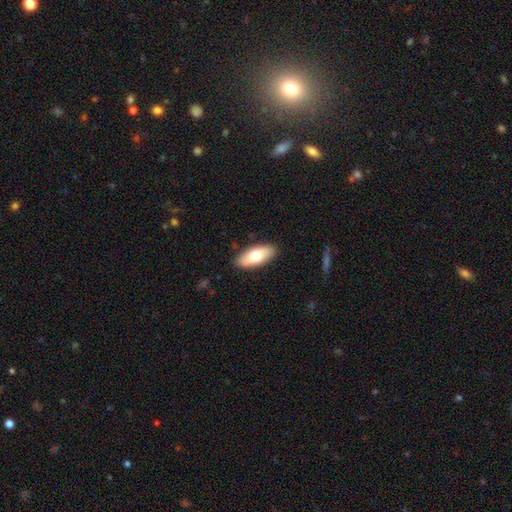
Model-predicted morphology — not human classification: smooth 71%, featured or disk 23%, star or artifact 6%. Down the decision tree: how rounded — in between (85%); merging — none (88%).